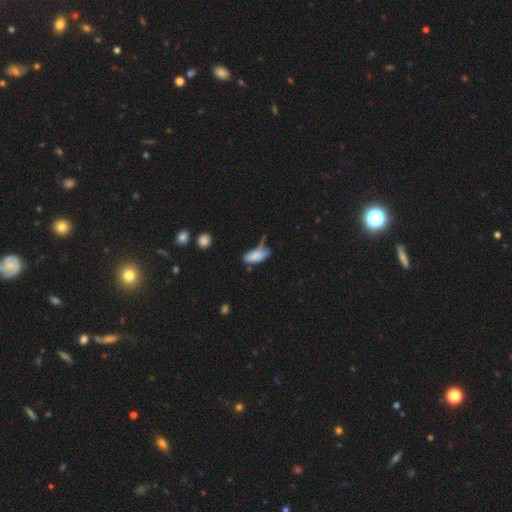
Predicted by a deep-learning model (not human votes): smooth-or-featured: smooth: 80% | featured or disk: 12% | star or artifact: 8%
  how-rounded: in between: 85% | cigar-shaped: 13% | round: 2%
  merging: minor disturbance: 38% | none: 37% | major disturbance: 16% | merger: 10%